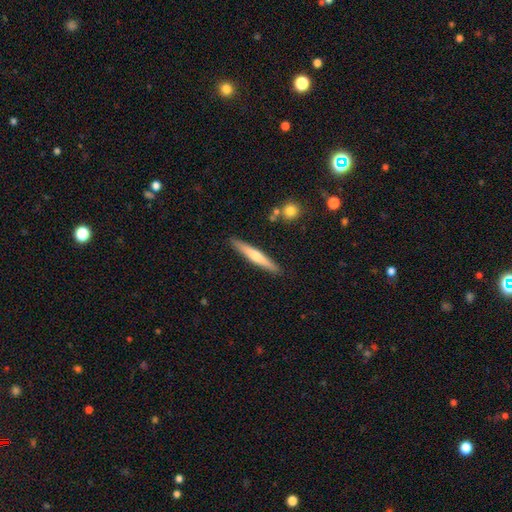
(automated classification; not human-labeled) A smooth galaxy with no disk features (50%). Merging: none (89%).